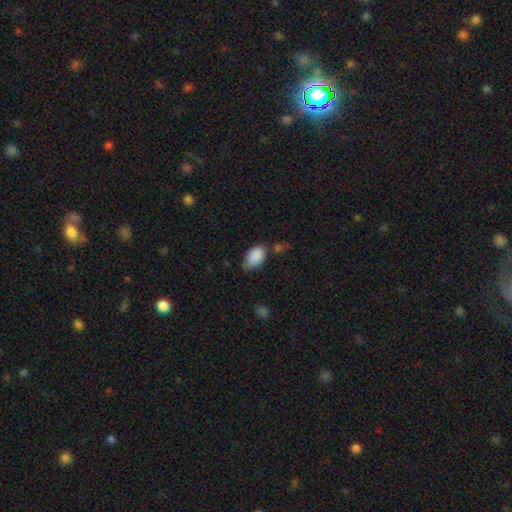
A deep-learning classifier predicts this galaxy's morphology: smooth 88%, star or artifact 7%, featured or disk 5%. Down the decision tree: how rounded — in between (93%); merging — none (58%).